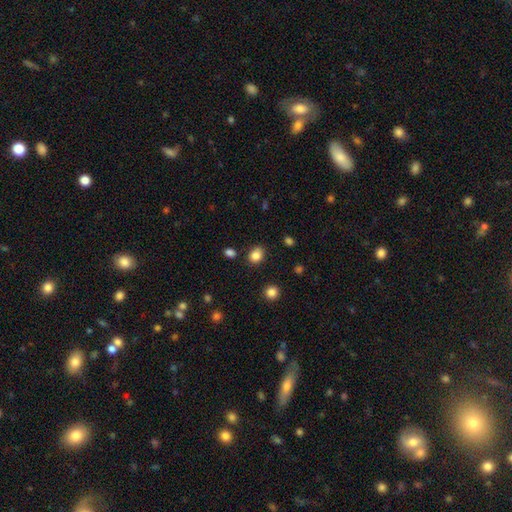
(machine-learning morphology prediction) The model was most divided on "how rounded": round: 50%, in between: 49%, cigar-shaped: 1%. More confident: smooth or featured — smooth (85%); merging — none (83%).